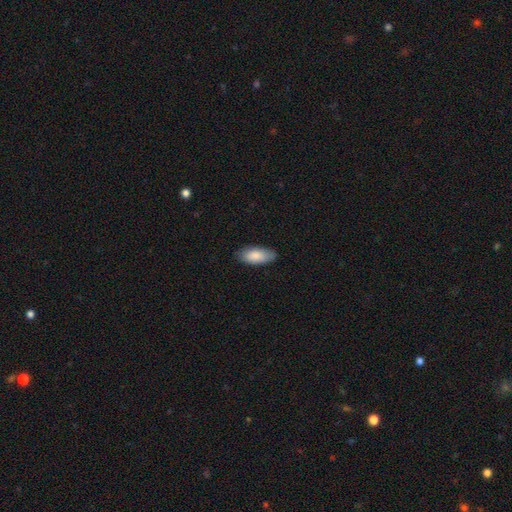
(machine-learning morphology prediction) type=smooth (86%); roundness=in between (89%); merging=none (82%).